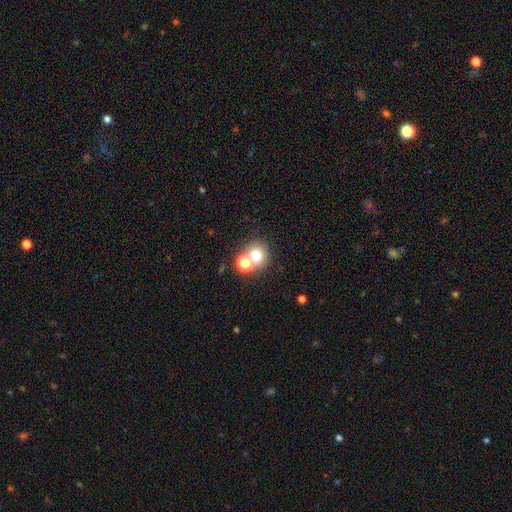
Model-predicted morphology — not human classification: Overall: smooth (71%). How rounded: round (77%). Merging: none (50%; merger 40%).